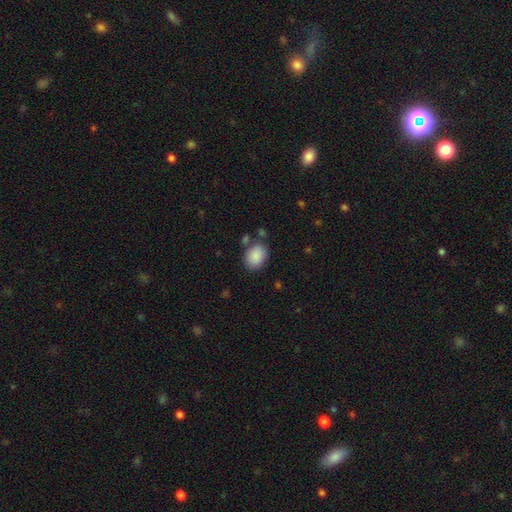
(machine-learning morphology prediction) Smooth or featured?
  - smooth: 89% *
  - star or artifact: 7%
  - featured or disk: 4%
How rounded?
  - in between: 70% *
  - round: 29%
  - cigar-shaped: 1%
Merging?
  - none: 74% *
  - minor disturbance: 15%
  - merger: 7%
  - major disturbance: 5%